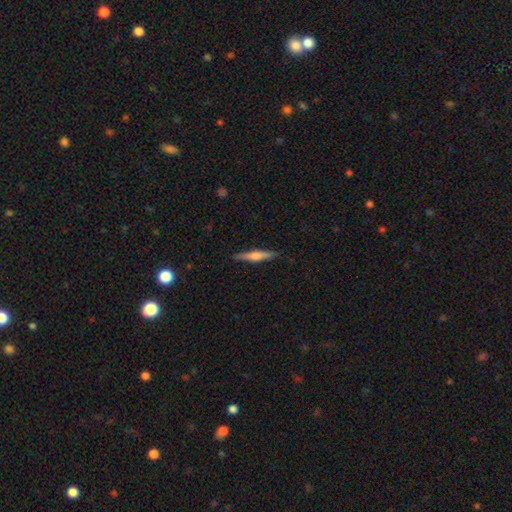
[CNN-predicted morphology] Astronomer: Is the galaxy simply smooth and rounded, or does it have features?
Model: featured or disk — 56% (runner-up: smooth, 37%).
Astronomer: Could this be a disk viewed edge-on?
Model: yes — 97%.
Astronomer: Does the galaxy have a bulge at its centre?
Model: rounded — 79%.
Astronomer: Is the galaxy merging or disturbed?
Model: none — 91%.